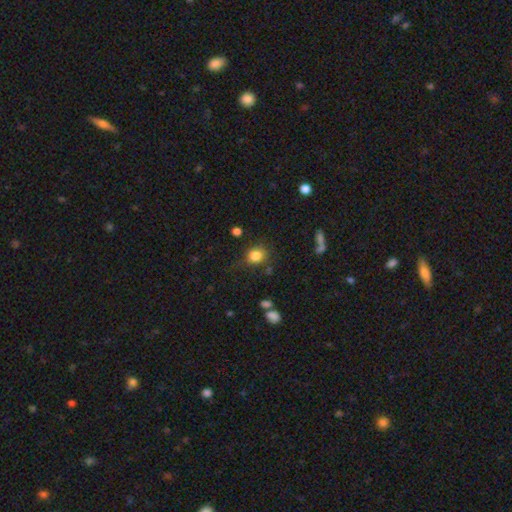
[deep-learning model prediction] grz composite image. It shows a smooth galaxy with no disk features (83%) that is round (75%). Merging: none (72%).